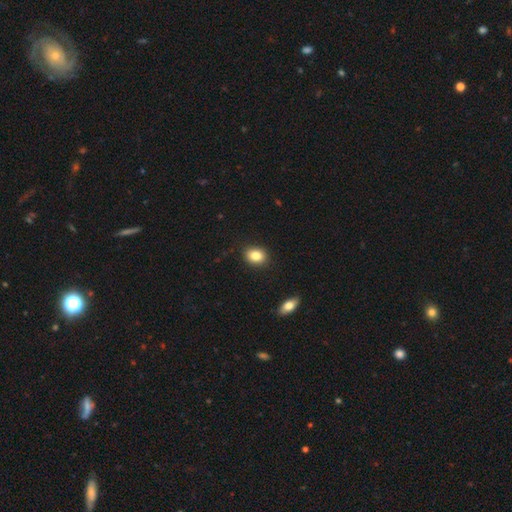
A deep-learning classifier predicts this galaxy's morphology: Q: Smooth or featured?
A: smooth (84%); runner-up: star or artifact (9%)
Q: How rounded?
A: in between (56%); runner-up: round (43%)
Q: Merging?
A: none (89%); runner-up: minor disturbance (8%)